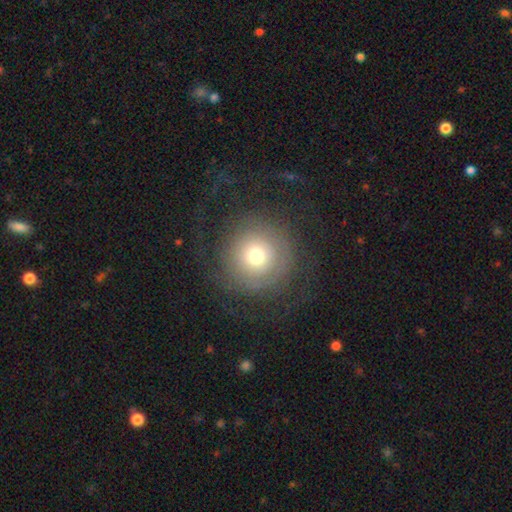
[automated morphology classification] Smooth or featured? Predicted: smooth (p=0.56). How rounded? Predicted: round (p=0.95). Merging? Predicted: none (p=0.73).